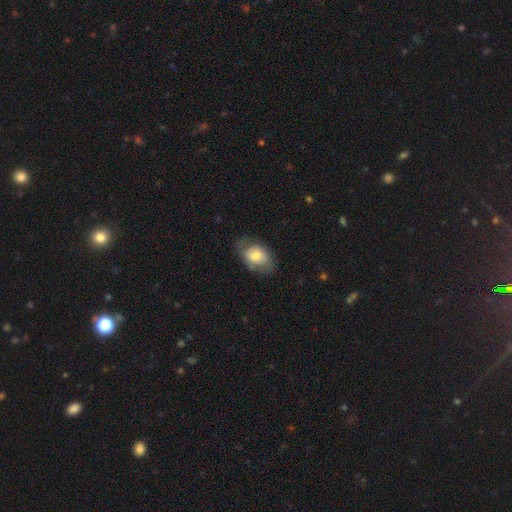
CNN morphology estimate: The model was most divided on "merging": none: 67%, minor disturbance: 23%, major disturbance: 9%, merger: 1%. More confident: how rounded — in between (78%); smooth or featured — smooth (69%).